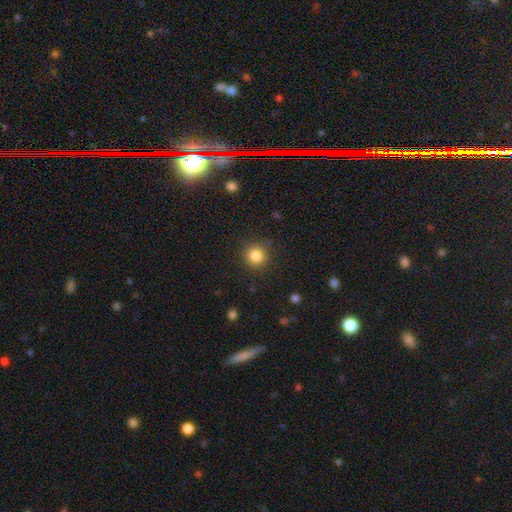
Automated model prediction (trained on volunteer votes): Smooth or featured? smooth (84%)
How rounded? round (93%)
Merging? none (88%)